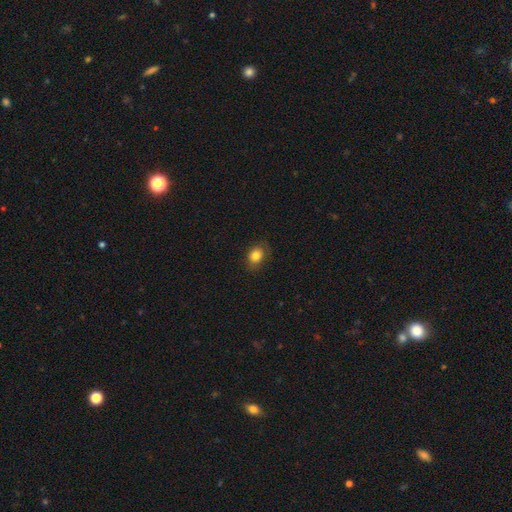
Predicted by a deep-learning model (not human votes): smooth_or_featured: smooth (p=0.82) [alt: star or artifact p=0.10]
how_rounded: in between (p=0.62) [alt: round p=0.37]
merging: none (p=0.81) [alt: minor disturbance p=0.15]